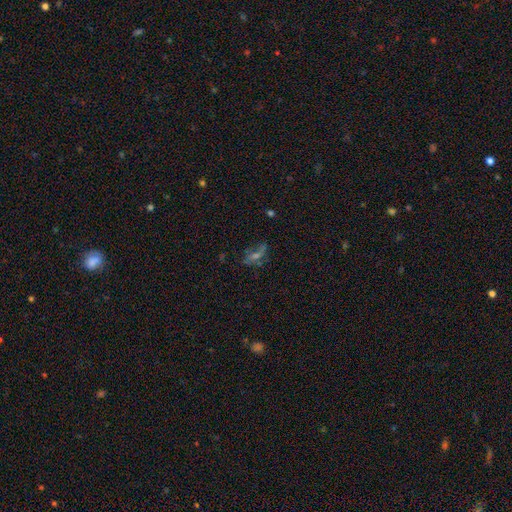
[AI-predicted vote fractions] smooth-or-featured: featured or disk: 41% | star or artifact: 33% | smooth: 25%
  merging: none: 55% | major disturbance: 20% | minor disturbance: 19% | merger: 6%